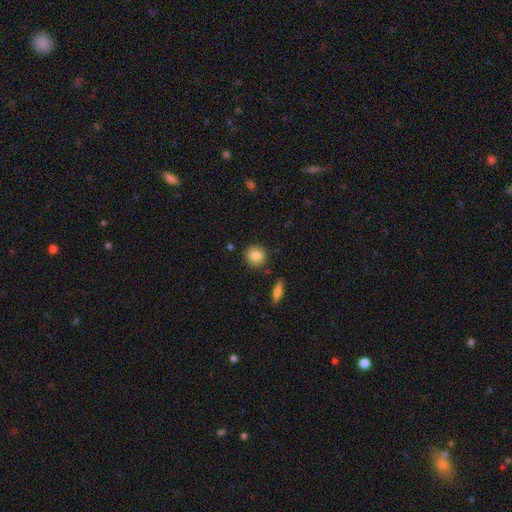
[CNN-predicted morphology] smooth_or_featured: smooth (p=0.84) [alt: featured or disk p=0.08]
how_rounded: round (p=0.90) [alt: in between p=0.09]
merging: none (p=0.88) [alt: minor disturbance p=0.07]